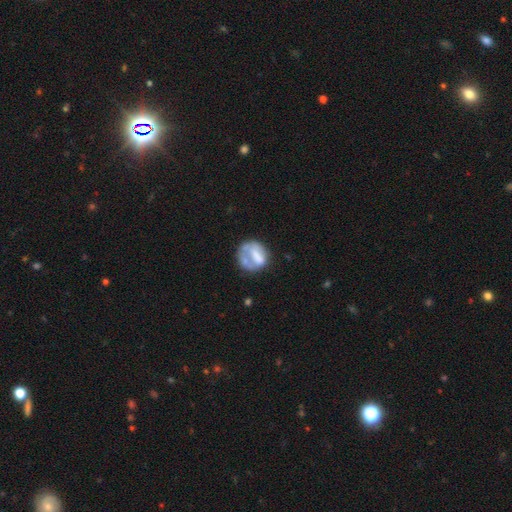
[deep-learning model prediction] This appears to be a smooth galaxy with no disk features (50%). Merging: none (44%).